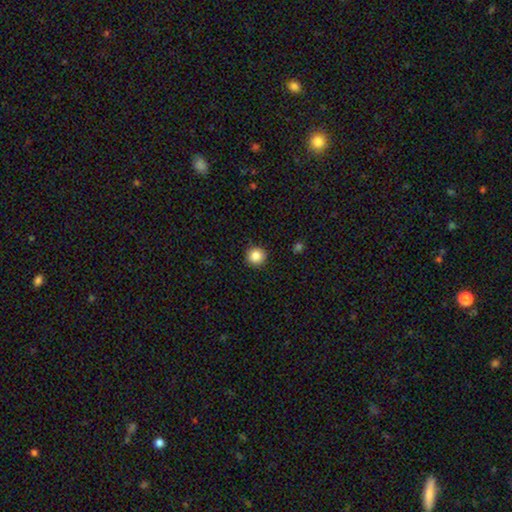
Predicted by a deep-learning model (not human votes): Smooth or featured? Predicted: smooth (p=0.85). How rounded? Predicted: round (p=0.94). Merging? Predicted: none (p=0.91).